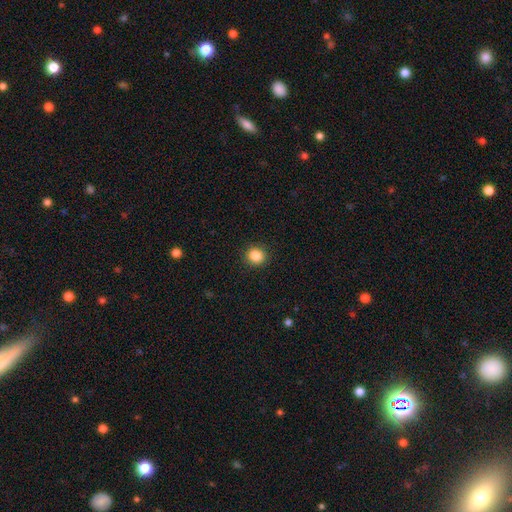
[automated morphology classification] Q: Smooth or featured?
A: smooth (86%); runner-up: star or artifact (10%)
Q: How rounded?
A: round (78%); runner-up: in between (21%)
Q: Merging?
A: none (91%); runner-up: minor disturbance (6%)